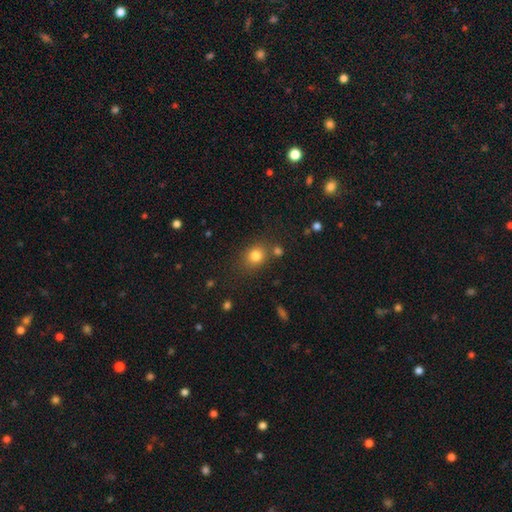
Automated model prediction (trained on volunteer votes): smooth_or_featured: smooth (p=0.80) [alt: star or artifact p=0.13]
how_rounded: round (p=0.68) [alt: in between p=0.31]
merging: none (p=0.72) [alt: minor disturbance p=0.13]